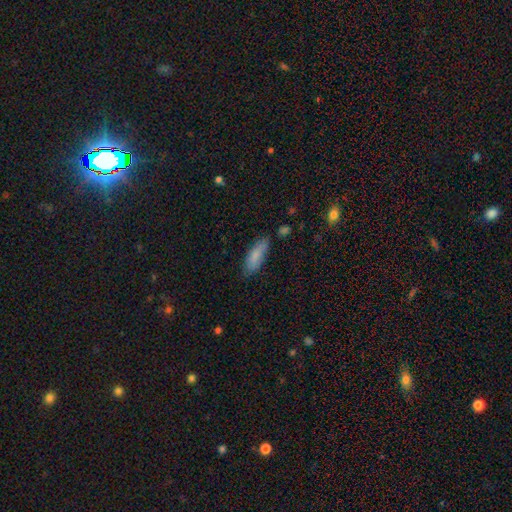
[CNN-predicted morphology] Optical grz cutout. It shows a smooth galaxy with no disk features (81%) that is in between round and cigar-shaped (58%). Merging: none (70%).